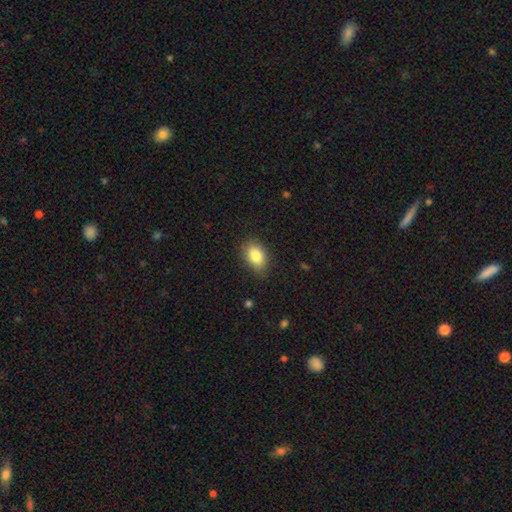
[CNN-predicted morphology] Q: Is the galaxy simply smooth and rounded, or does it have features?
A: smooth — 84%.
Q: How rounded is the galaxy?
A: in between — 81%.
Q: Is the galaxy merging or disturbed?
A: none — 81%.